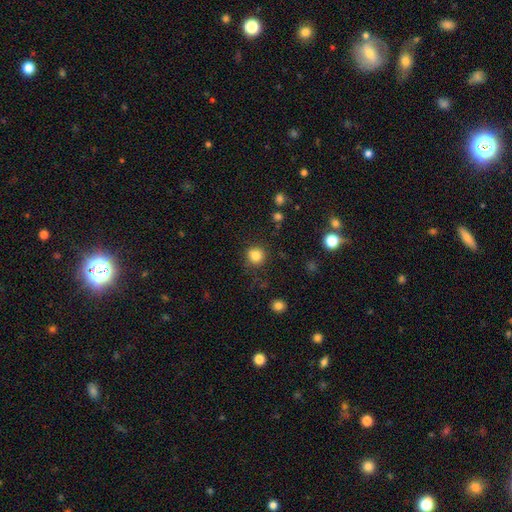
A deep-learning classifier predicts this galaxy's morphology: Overall: smooth (84%). How rounded: round (92%). Merging: none (86%).